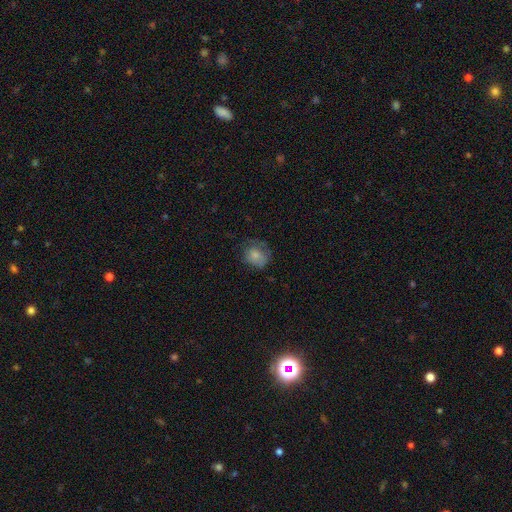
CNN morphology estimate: This appears to be a smooth galaxy with no disk features (74%) that is round (66%). Merging: none (51%).